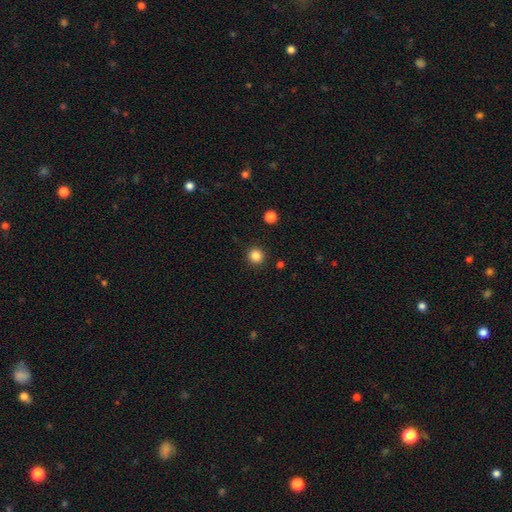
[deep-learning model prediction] smooth 84%, star or artifact 12%, featured or disk 4%. Down the decision tree: how rounded — round (95%); merging — none (92%).